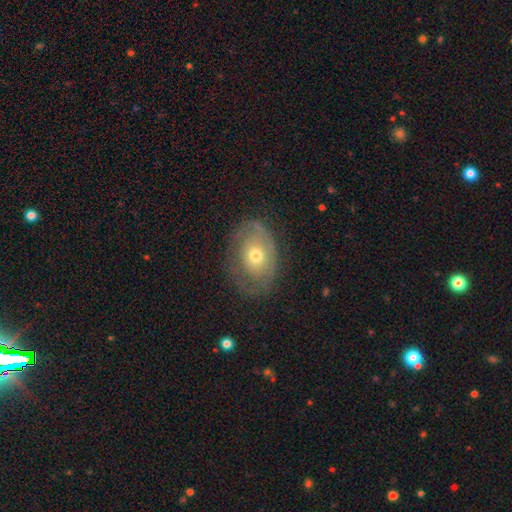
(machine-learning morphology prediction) Smooth or featured? Predicted: featured or disk (p=0.51). Edge-on disk? Predicted: no (p=0.93). Merging? Predicted: none (p=0.65).